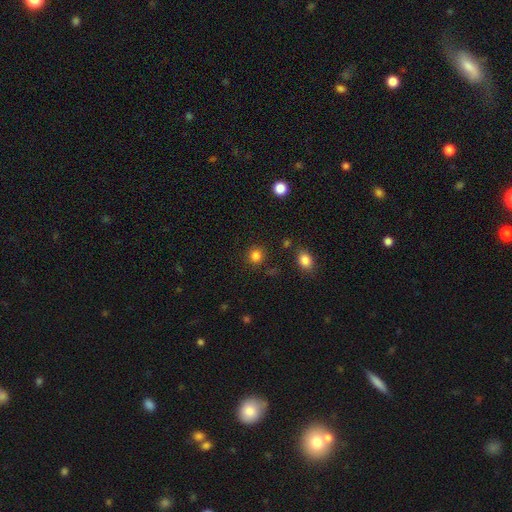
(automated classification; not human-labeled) smooth 84%, star or artifact 12%, featured or disk 4%. Down the decision tree: how rounded — round (88%); merging — none (86%).